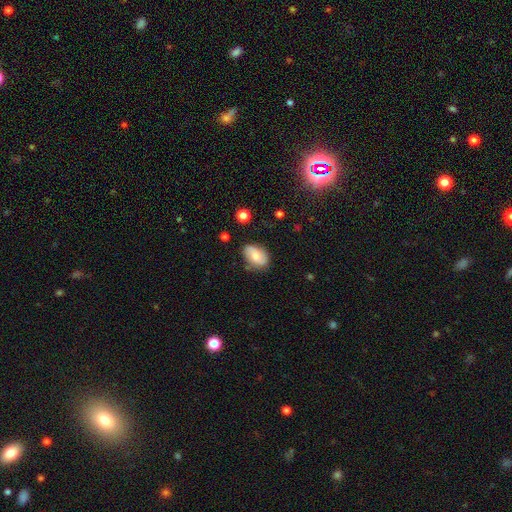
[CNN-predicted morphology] A smooth galaxy with no disk features (68%) that is in between round and cigar-shaped (88%).

Vote fractions:
- Smooth or featured? smooth: 68% / featured or disk: 24% / star or artifact: 8%
- How rounded? in between: 88% / round: 10% / cigar-shaped: 2%
- Merging? none: 69% / minor disturbance: 23% / major disturbance: 5% / merger: 3%